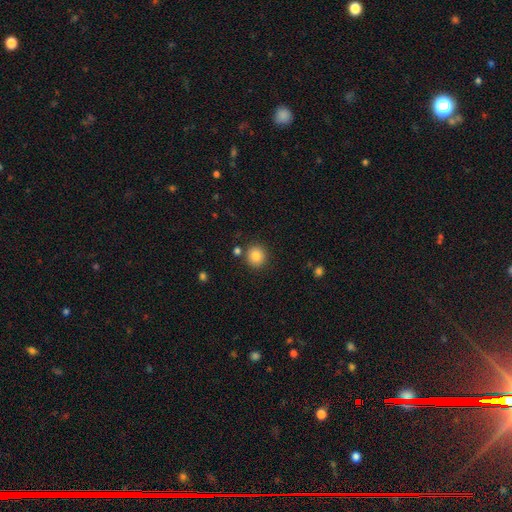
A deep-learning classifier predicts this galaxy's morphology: smooth-or-featured: smooth: 84% | star or artifact: 10% | featured or disk: 6%
  how-rounded: round: 92% | in between: 7% | cigar-shaped: 1%
  merging: none: 86% | minor disturbance: 7% | merger: 5% | major disturbance: 2%